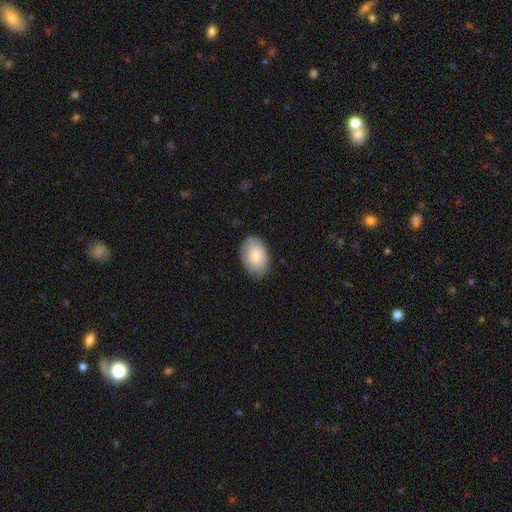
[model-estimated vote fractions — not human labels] Smooth or featured? Predicted: smooth (p=0.79). How rounded? Predicted: in between (p=0.86). Merging? Predicted: none (p=0.81).